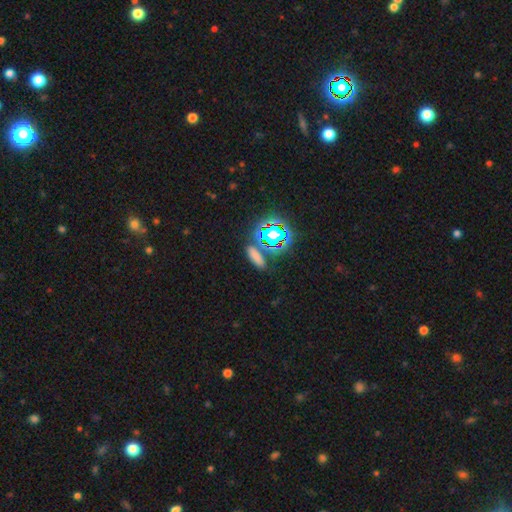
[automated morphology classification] A smooth galaxy with no disk features (62%) that is in between round and cigar-shaped (59%). Merging: none (78%).